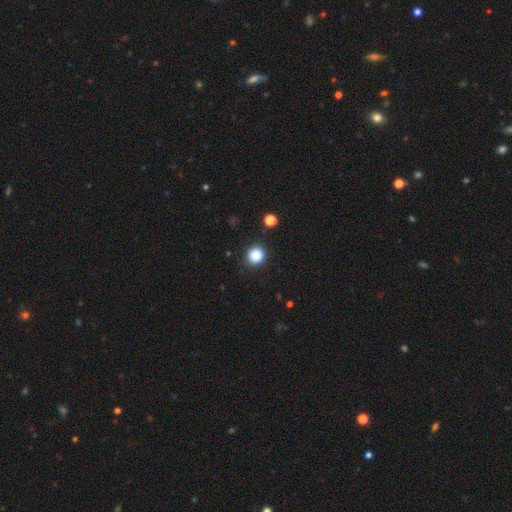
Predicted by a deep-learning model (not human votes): This appears to be a smooth galaxy with no disk features (85%) that is round (88%). Merging: none (90%).